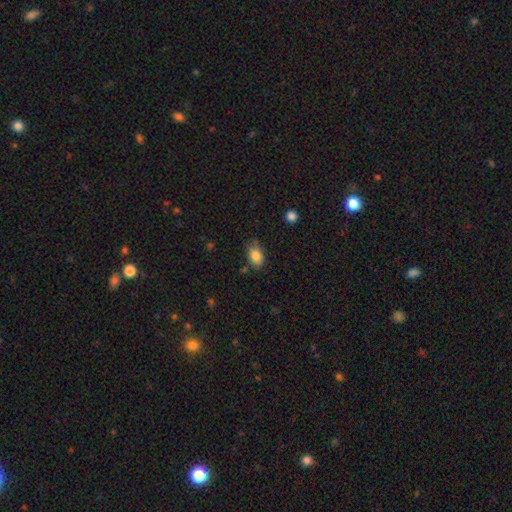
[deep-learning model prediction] Morphology: type=smooth (85%); roundness=in between (81%); merging=none (74%).